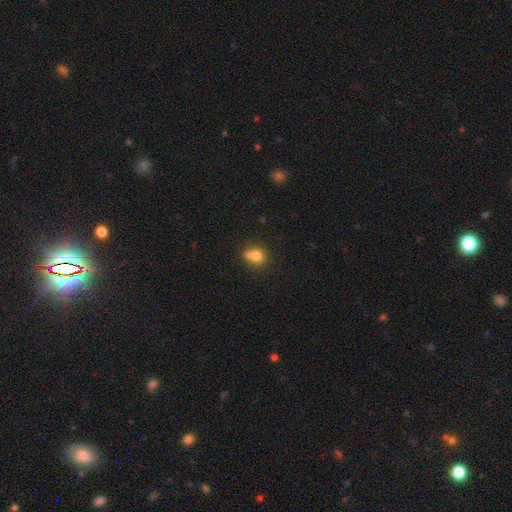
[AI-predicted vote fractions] Q: Smooth or featured?
A: smooth (76%); runner-up: featured or disk (13%)
Q: How rounded?
A: round (76%); runner-up: in between (23%)
Q: Merging?
A: none (45%); runner-up: merger (38%)